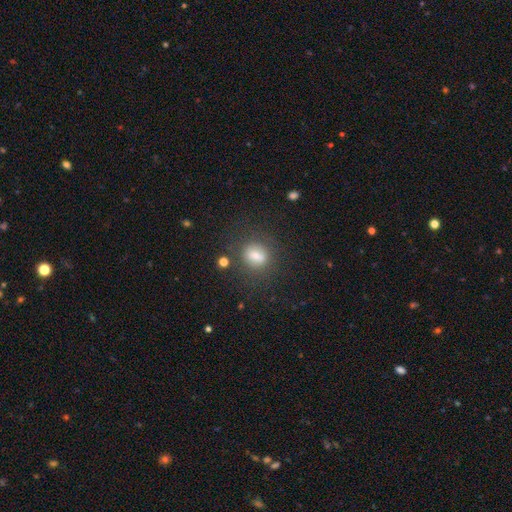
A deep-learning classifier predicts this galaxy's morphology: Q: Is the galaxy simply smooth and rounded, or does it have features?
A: smooth — 74%.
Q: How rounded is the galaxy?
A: round — 59%.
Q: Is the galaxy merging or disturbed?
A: none — 76%.